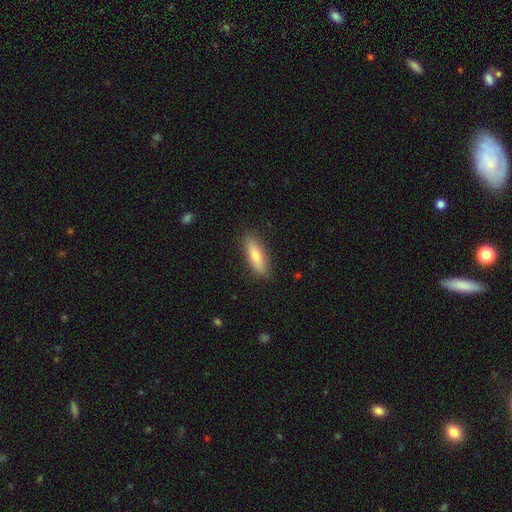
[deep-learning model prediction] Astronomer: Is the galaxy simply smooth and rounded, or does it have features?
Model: smooth — 70%.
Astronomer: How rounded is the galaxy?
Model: cigar-shaped — 50% (runner-up: in between, 48%).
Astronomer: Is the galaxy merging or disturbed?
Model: none — 88%.